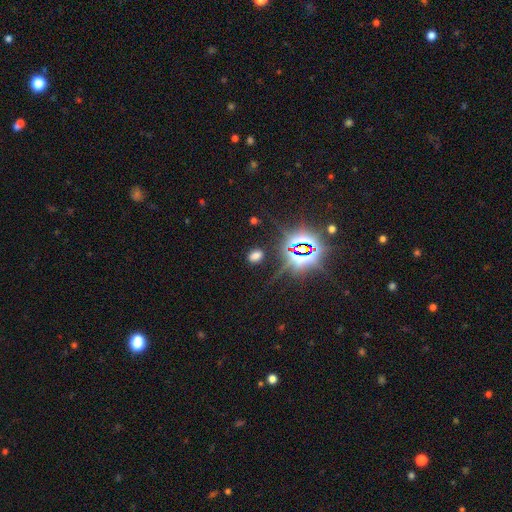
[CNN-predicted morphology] Smooth or featured? smooth (55%)
How rounded? in between (75%)
Merging? none (84%)